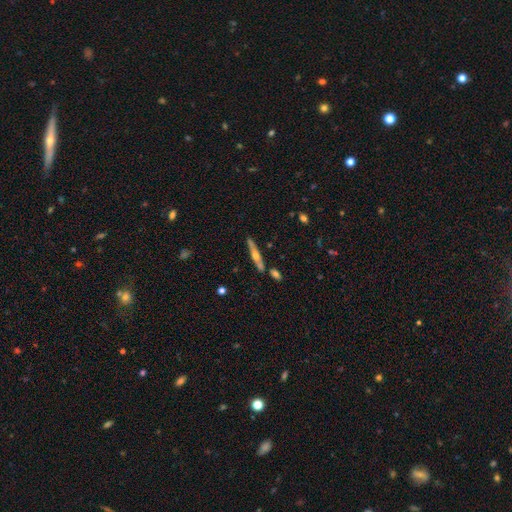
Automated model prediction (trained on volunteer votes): Smooth or featured?
  - featured or disk: 63% *
  - smooth: 31%
  - star or artifact: 6%
Edge-on disk?
  - yes: 94% *
  - no: 6%
Edge-on bulge?
  - rounded: 89% *
  - none: 7%
  - boxy: 4%
Merging?
  - none: 76% *
  - minor disturbance: 11%
  - merger: 10%
  - major disturbance: 3%